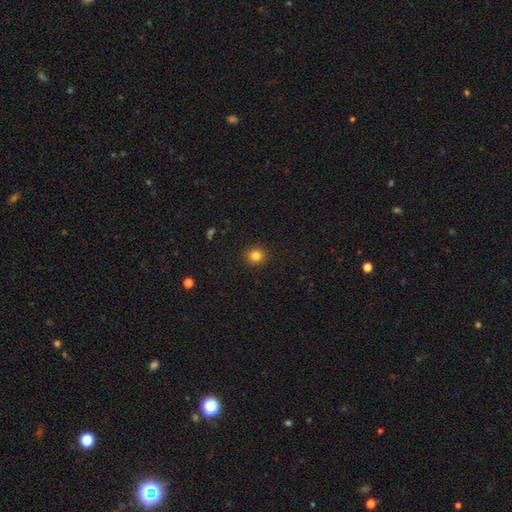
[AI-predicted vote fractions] Q: Smooth or featured?
A: smooth (83%); runner-up: star or artifact (12%)
Q: How rounded?
A: round (91%); runner-up: in between (8%)
Q: Merging?
A: none (92%); runner-up: minor disturbance (5%)